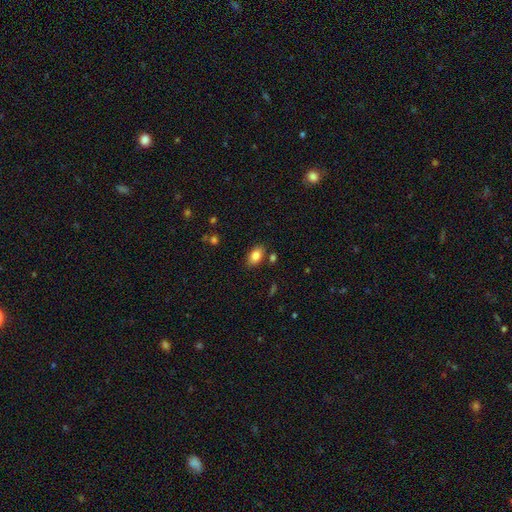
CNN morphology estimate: smooth 84%, star or artifact 8%, featured or disk 8%. Down the decision tree: how rounded — in between (90%); merging — none (81%).